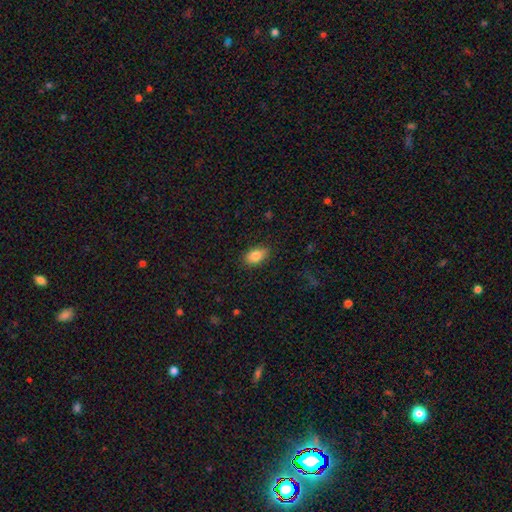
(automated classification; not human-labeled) smooth 85%, star or artifact 8%, featured or disk 7%. Down the decision tree: how rounded — in between (90%); merging — none (87%).